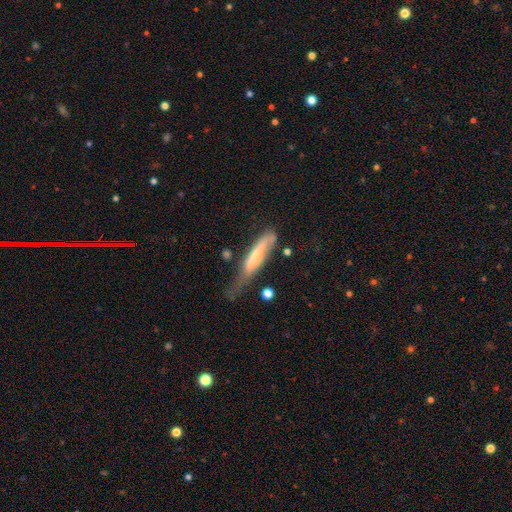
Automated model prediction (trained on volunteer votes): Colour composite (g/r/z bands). It shows a smooth galaxy with no disk features (50%) that is cigar-shaped (80%). Merging: minor disturbance (34%).